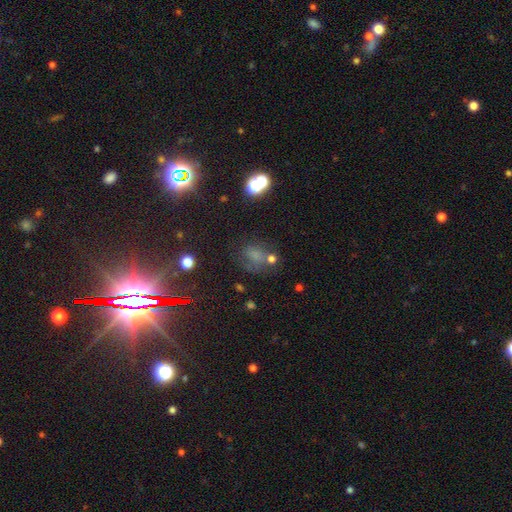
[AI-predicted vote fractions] smooth-or-featured: smooth: 51% | star or artifact: 29% | featured or disk: 19%
  how-rounded: in between: 51% | round: 47% | cigar-shaped: 2%
  merging: none: 47% | minor disturbance: 22% | major disturbance: 19% | merger: 13%